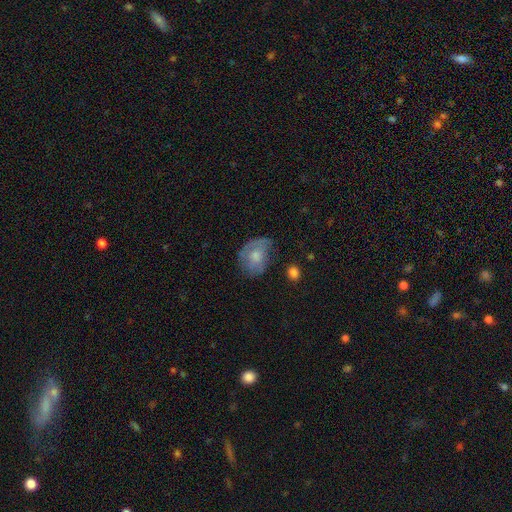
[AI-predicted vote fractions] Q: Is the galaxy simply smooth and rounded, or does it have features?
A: smooth — 55%.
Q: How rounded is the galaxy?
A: in between — 60%.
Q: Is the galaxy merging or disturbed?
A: none — 44%.